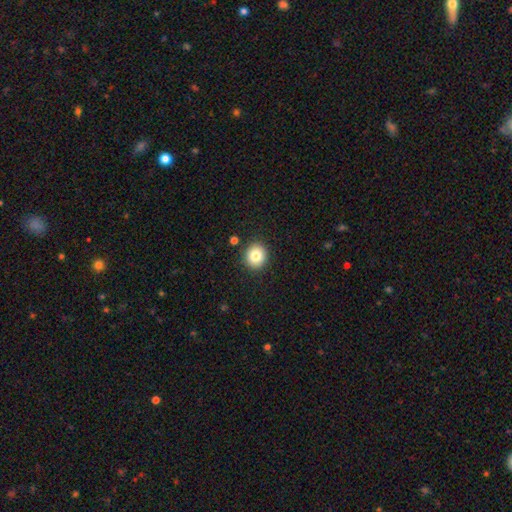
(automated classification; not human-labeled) Morphology: type=smooth (82%); roundness=round (88%); merging=none (90%).